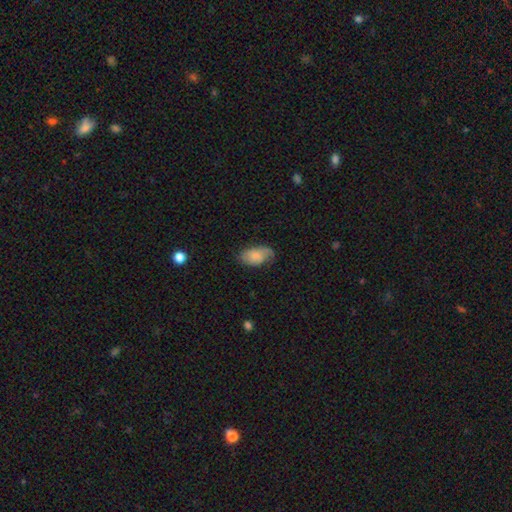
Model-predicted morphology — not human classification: A smooth galaxy with no disk features (66%) that is in between round and cigar-shaped (93%).

Vote fractions:
- Smooth or featured? smooth: 66% / featured or disk: 27% / star or artifact: 7%
- How rounded? in between: 93% / round: 5% / cigar-shaped: 2%
- Merging? none: 56% / minor disturbance: 30% / major disturbance: 12% / merger: 2%